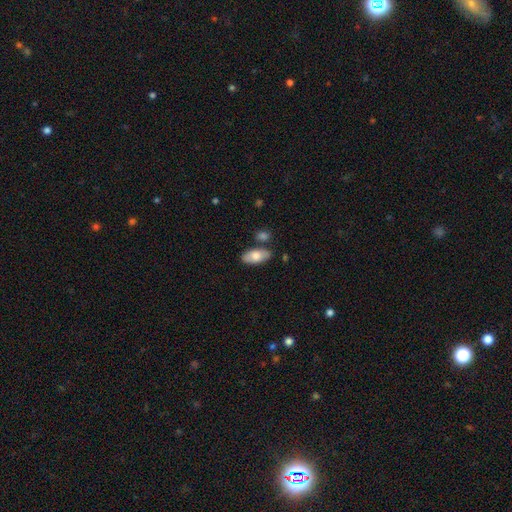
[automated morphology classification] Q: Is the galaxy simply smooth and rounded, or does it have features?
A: smooth — 75%.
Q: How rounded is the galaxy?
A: in between — 91%.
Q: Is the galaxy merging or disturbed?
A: none — 77%.